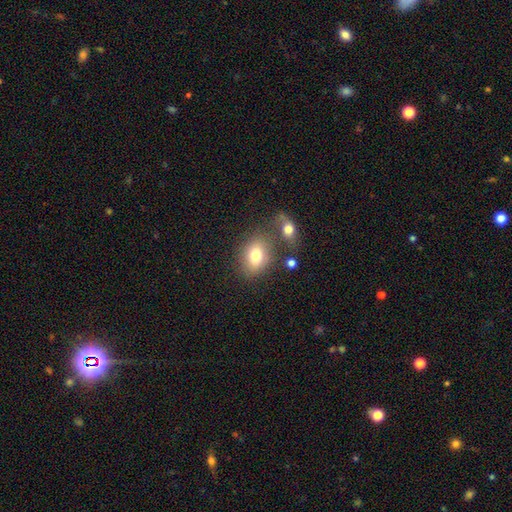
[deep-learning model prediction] A smooth galaxy with no disk features (77%) that is in between round and cigar-shaped (71%).

Vote fractions:
- Smooth or featured? smooth: 77% / featured or disk: 13% / star or artifact: 10%
- How rounded? in between: 71% / round: 28% / cigar-shaped: 1%
- Merging? none: 60% / merger: 20% / minor disturbance: 14% / major disturbance: 7%